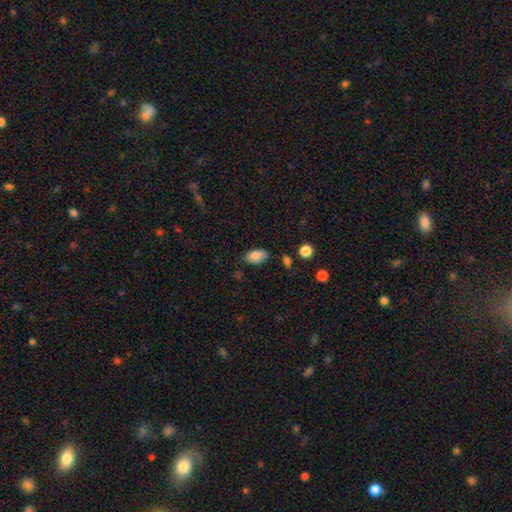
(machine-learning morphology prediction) This appears to be a smooth galaxy with no disk features (85%) that is in between round and cigar-shaped (93%). Merging: none (77%).